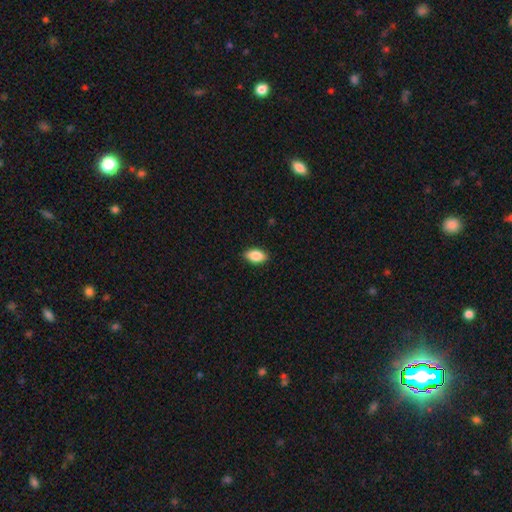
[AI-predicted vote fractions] Overall: smooth (86%). How rounded: in between (91%). Merging: none (88%).